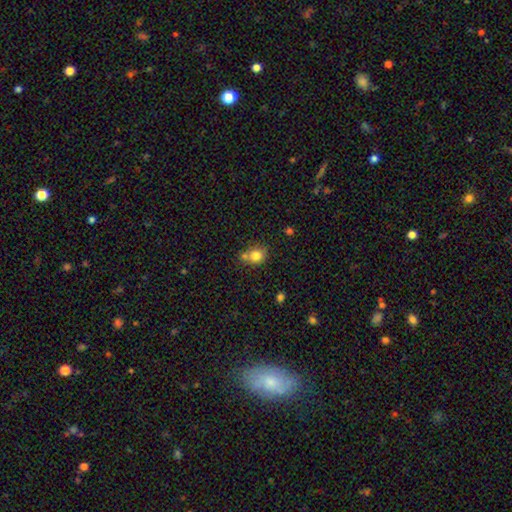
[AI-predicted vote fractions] Smooth or featured?
  - smooth: 79% *
  - star or artifact: 11%
  - featured or disk: 10%
How rounded?
  - round: 66% *
  - in between: 33%
  - cigar-shaped: 1%
Merging?
  - none: 51% *
  - merger: 30%
  - minor disturbance: 15%
  - major disturbance: 4%